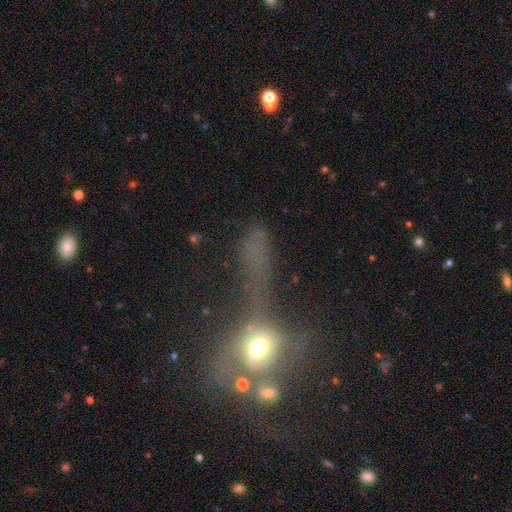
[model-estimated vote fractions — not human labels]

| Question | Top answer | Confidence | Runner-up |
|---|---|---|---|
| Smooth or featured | smooth | 42% | featured or disk (30%) |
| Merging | merger | 36% | major disturbance (35%) |